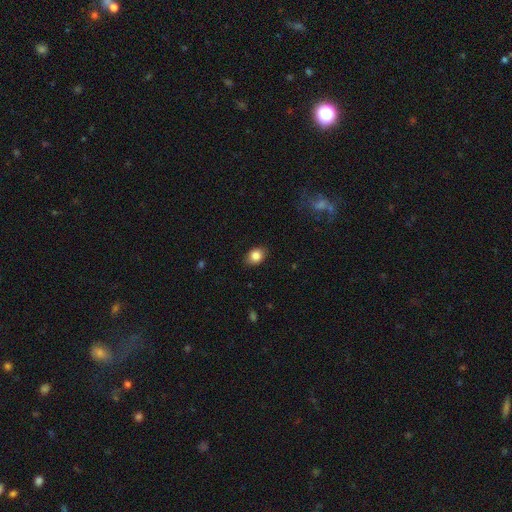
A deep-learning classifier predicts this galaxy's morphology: Q: Smooth or featured?
A: smooth (85%); runner-up: star or artifact (8%)
Q: How rounded?
A: in between (71%); runner-up: round (27%)
Q: Merging?
A: none (85%); runner-up: minor disturbance (12%)